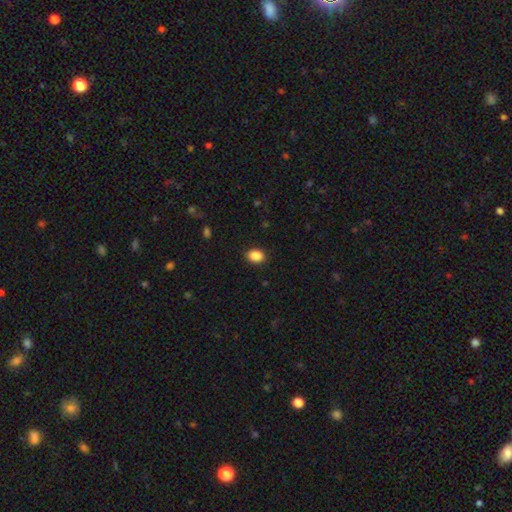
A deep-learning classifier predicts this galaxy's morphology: A smooth galaxy with no disk features (88%) that is in between round and cigar-shaped (67%). Merging: none (87%).